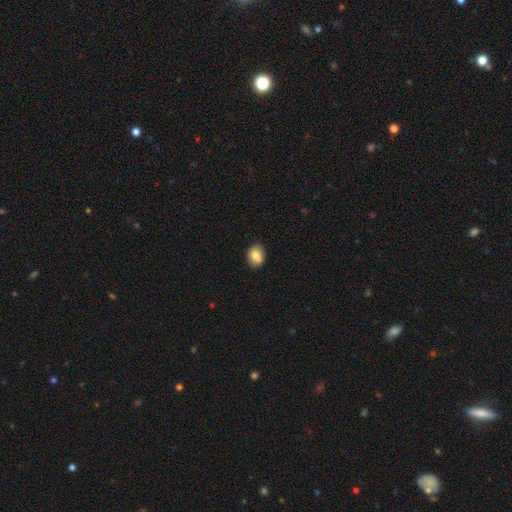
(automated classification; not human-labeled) Overall: smooth (80%). How rounded: in between (65%; round 34%). Merging: none (87%).